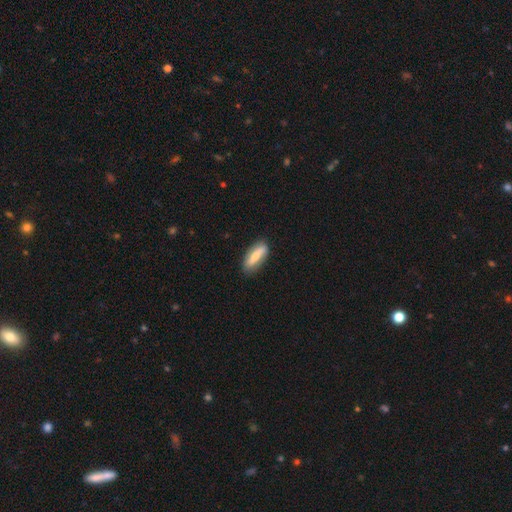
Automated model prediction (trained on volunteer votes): Overall: smooth (57%; featured or disk 38%). How rounded: in between (65%; cigar-shaped 32%). Merging: none (83%).